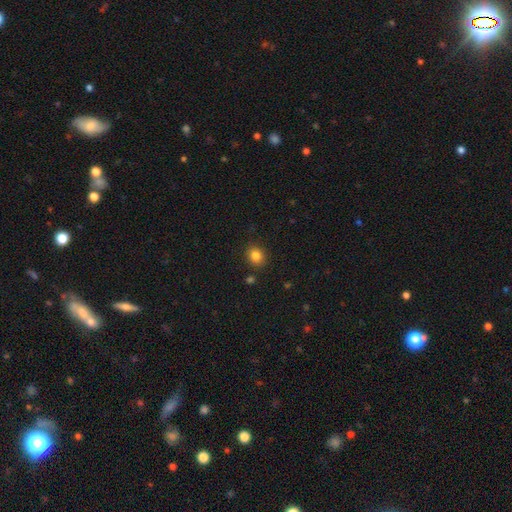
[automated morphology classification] Overall: smooth (83%). How rounded: round (70%). Merging: none (88%).